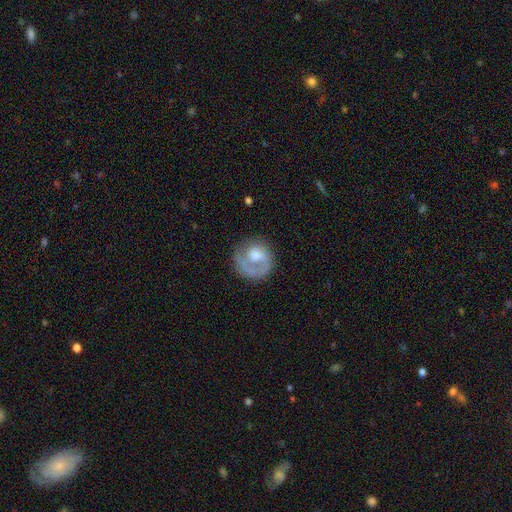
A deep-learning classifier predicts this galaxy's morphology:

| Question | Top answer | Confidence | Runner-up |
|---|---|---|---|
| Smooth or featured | featured or disk | 55% | smooth (38%) |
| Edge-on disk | no | 97% | yes (3%) |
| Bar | no | 80% | weak (16%) |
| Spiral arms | yes | 70% | no (30%) |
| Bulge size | moderate | 43% | large (27%) |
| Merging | none | 59% | major disturbance (22%) |